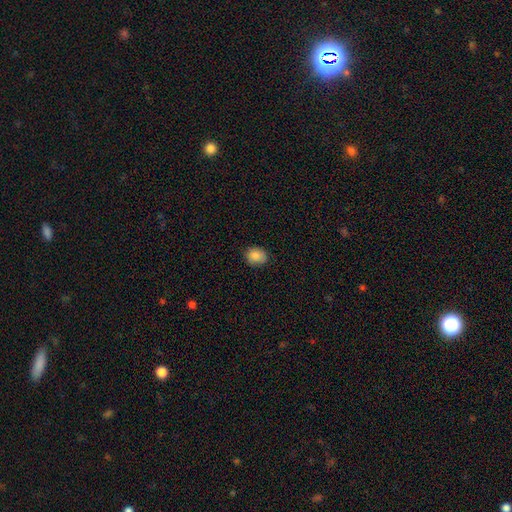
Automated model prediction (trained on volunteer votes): This appears to be a smooth galaxy with no disk features (87%) that is round (54%). Merging: none (83%).